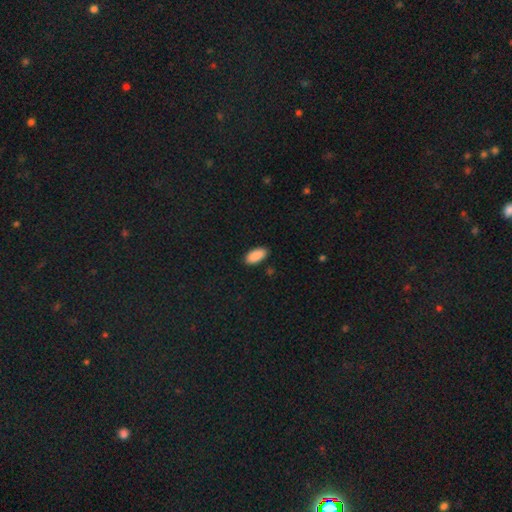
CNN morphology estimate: This appears to be a smooth galaxy with no disk features (90%) that is in between round and cigar-shaped (92%). Merging: none (88%).